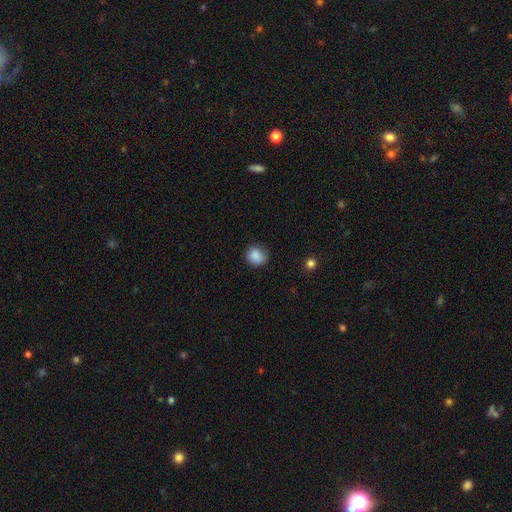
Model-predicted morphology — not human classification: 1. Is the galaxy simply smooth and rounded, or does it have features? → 87% smooth, 9% star or artifact, 4% featured or disk.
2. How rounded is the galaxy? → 75% round, 24% in between, 1% cigar-shaped.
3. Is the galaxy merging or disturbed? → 79% none, 16% minor disturbance, 3% major disturbance, 1% merger.